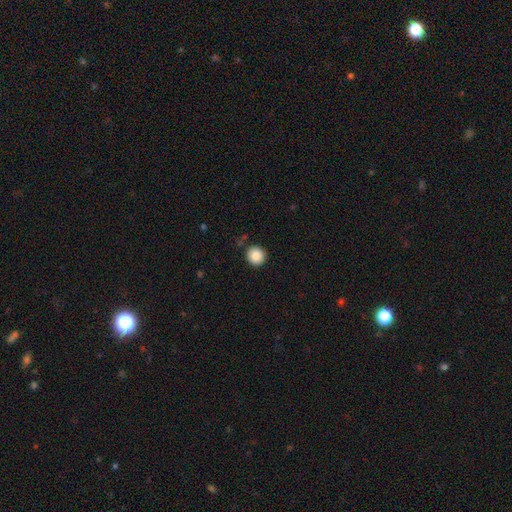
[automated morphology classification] Smooth or featured?
  - smooth: 86% *
  - star or artifact: 9%
  - featured or disk: 5%
How rounded?
  - round: 93% *
  - in between: 6%
  - cigar-shaped: 1%
Merging?
  - none: 90% *
  - minor disturbance: 6%
  - major disturbance: 2%
  - merger: 2%